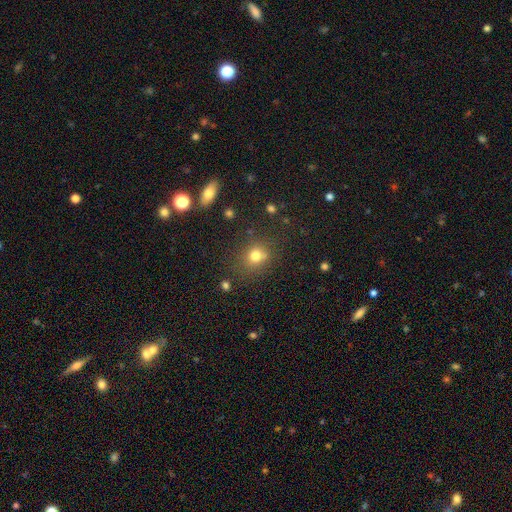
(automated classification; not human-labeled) Smooth or featured?
  - smooth: 74% *
  - star or artifact: 17%
  - featured or disk: 9%
How rounded?
  - round: 75% *
  - in between: 24%
  - cigar-shaped: 1%
Merging?
  - none: 68% *
  - minor disturbance: 14%
  - merger: 12%
  - major disturbance: 6%